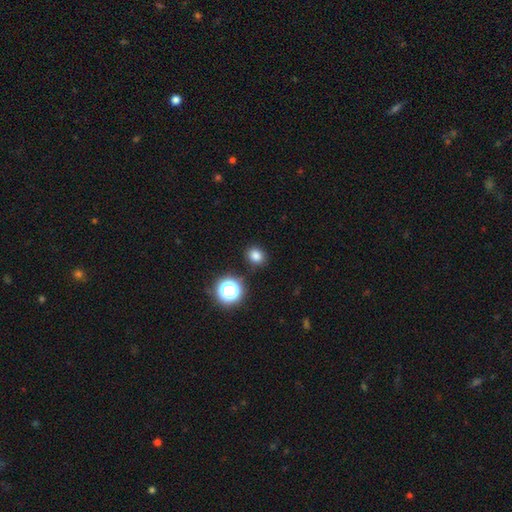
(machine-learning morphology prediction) Smooth or featured: smooth — 80% (star or artifact — 15%)
How rounded: round — 69% (in between — 30%)
Merging: none — 87% (minor disturbance — 8%)